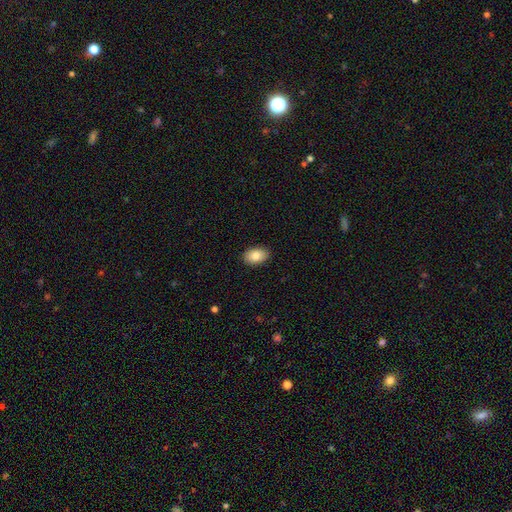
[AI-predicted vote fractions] Smooth or featured?
  - smooth: 84% *
  - featured or disk: 8%
  - star or artifact: 7%
How rounded?
  - in between: 88% *
  - round: 11%
  - cigar-shaped: 1%
Merging?
  - none: 89% *
  - minor disturbance: 8%
  - major disturbance: 2%
  - merger: 1%